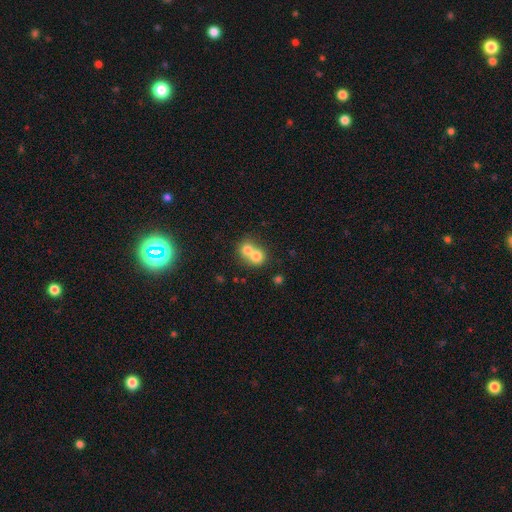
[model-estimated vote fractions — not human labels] Q: Smooth or featured?
A: smooth (73%); runner-up: featured or disk (17%)
Q: How rounded?
A: round (77%); runner-up: in between (22%)
Q: Merging?
A: merger (69%); runner-up: none (24%)